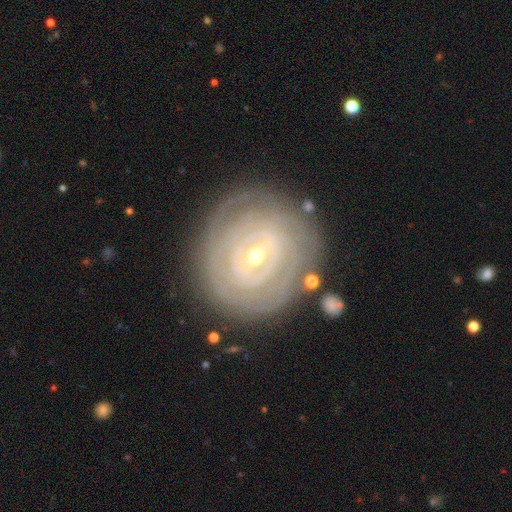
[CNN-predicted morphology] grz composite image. It shows a featured or disk galaxy (86%) with a weak bar (44%), tight (85%) spiral arms (84%) and a small central bulge (63%). Merging: none (82%).